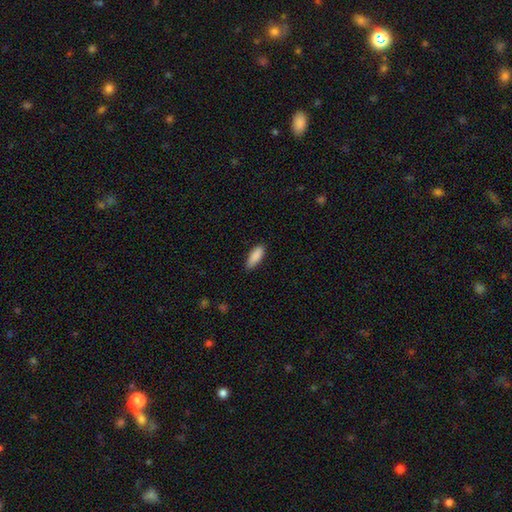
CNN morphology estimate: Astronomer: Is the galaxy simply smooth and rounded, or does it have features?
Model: smooth — 89%.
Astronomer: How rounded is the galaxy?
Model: in between — 70%.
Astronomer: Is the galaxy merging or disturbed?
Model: none — 81%.